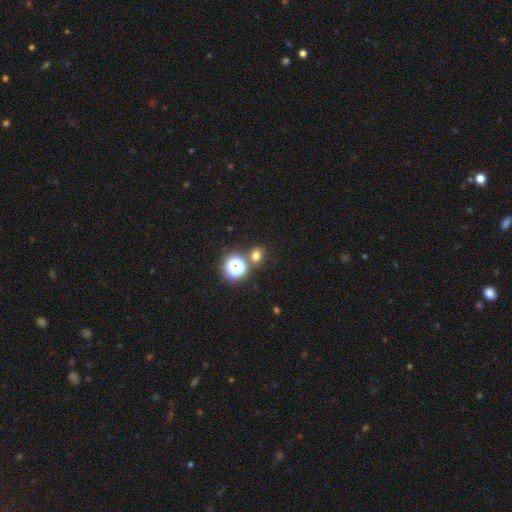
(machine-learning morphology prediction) Smooth or featured? smooth (67%)
How rounded? round (69%)
Merging? none (77%)